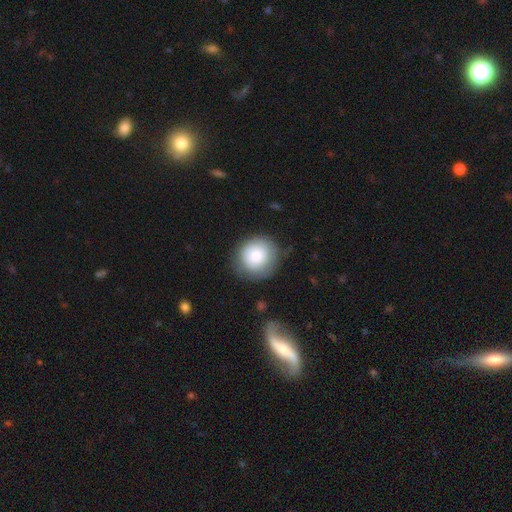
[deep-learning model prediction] Overall: smooth (80%). How rounded: round (88%). Merging: none (74%).